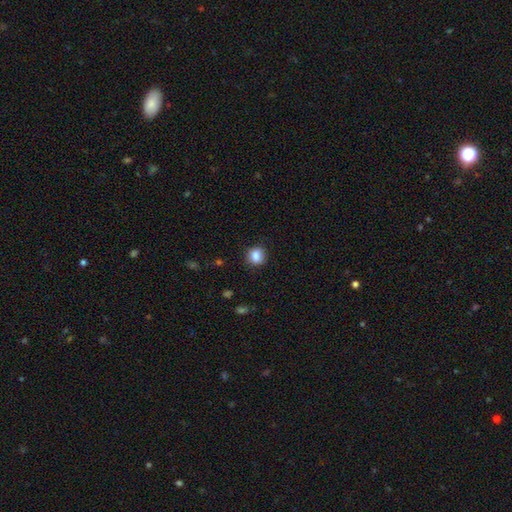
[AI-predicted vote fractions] A smooth galaxy with no disk features (84%) that is round (77%).

Vote fractions:
- Smooth or featured? smooth: 84% / star or artifact: 10% / featured or disk: 6%
- How rounded? round: 77% / in between: 22% / cigar-shaped: 1%
- Merging? none: 85% / minor disturbance: 11% / major disturbance: 3% / merger: 1%